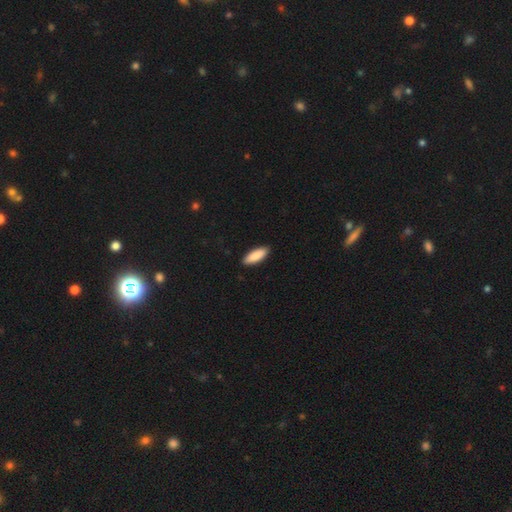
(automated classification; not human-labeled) Smooth or featured? Predicted: smooth (p=0.89). How rounded? Predicted: in between (p=0.65). Merging? Predicted: none (p=0.90).